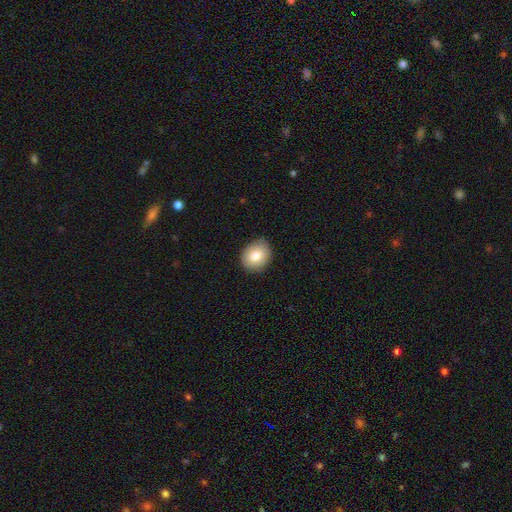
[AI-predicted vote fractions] This appears to be a smooth galaxy with no disk features (82%) that is round (52%). Merging: none (86%).